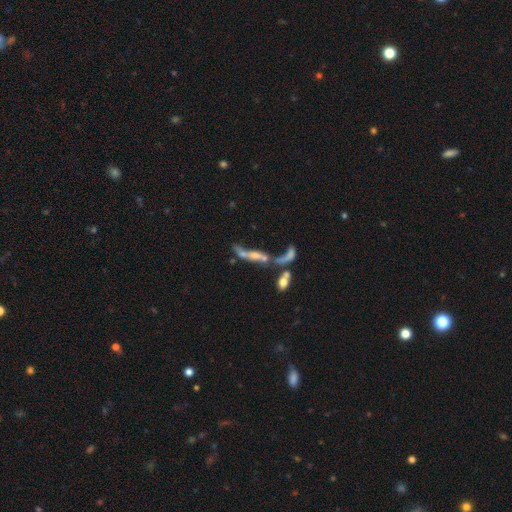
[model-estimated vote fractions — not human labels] A featured or disk galaxy (49%). Merging: merger (40%).